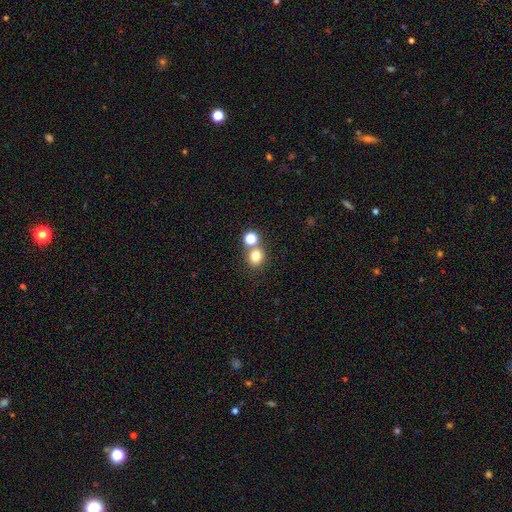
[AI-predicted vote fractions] smooth-or-featured: smooth: 77% | star or artifact: 16% | featured or disk: 7%
  how-rounded: round: 79% | in between: 20% | cigar-shaped: 1%
  merging: none: 63% | merger: 27% | minor disturbance: 8% | major disturbance: 3%